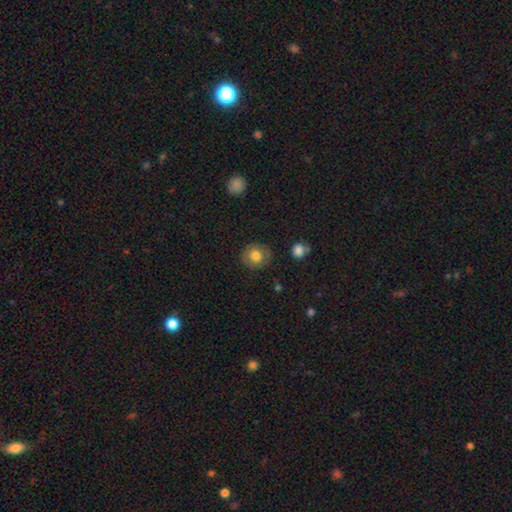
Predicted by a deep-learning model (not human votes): smooth-or-featured: smooth: 78% | featured or disk: 13% | star or artifact: 9%
  how-rounded: round: 83% | in between: 16% | cigar-shaped: 1%
  merging: none: 85% | minor disturbance: 10% | major disturbance: 3% | merger: 1%